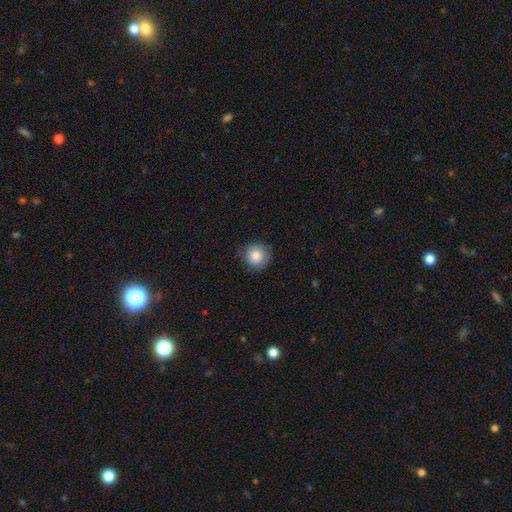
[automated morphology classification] A smooth galaxy with no disk features (85%) that is round (93%).

Vote fractions:
- Smooth or featured? smooth: 85% / star or artifact: 9% / featured or disk: 6%
- How rounded? round: 93% / in between: 6% / cigar-shaped: 1%
- Merging? none: 86% / minor disturbance: 11% / major disturbance: 3% / merger: 1%